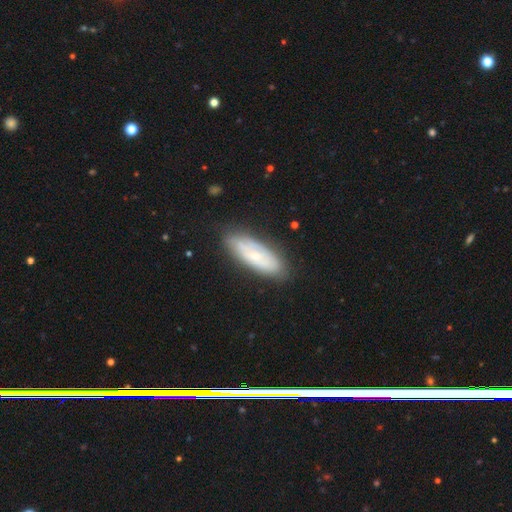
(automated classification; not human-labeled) Smooth or featured? Predicted: featured or disk (p=0.52). Edge-on disk? Predicted: no (p=0.78). Merging? Predicted: none (p=0.79).